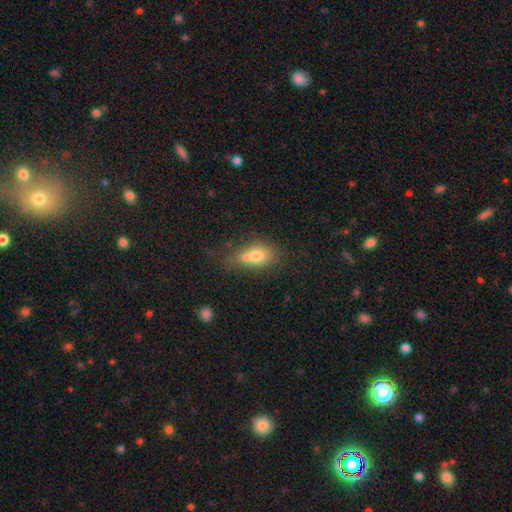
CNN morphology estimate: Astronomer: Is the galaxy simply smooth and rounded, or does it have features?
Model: smooth — 70%.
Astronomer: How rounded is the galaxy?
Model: in between — 66%.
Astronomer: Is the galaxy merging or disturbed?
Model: merger — 51% (runner-up: none, 28%).